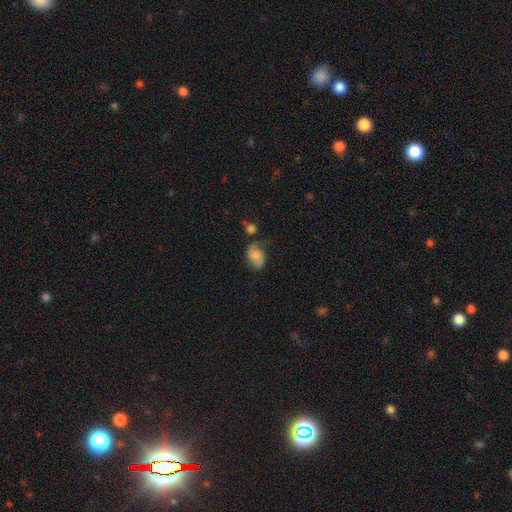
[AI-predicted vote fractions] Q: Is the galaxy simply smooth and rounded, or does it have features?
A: featured or disk — 49%.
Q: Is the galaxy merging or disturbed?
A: none — 49%.